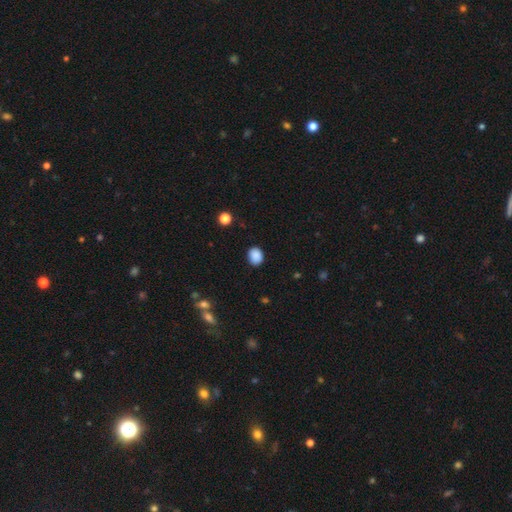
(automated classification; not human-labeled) Smooth or featured: smooth — 89% (star or artifact — 9%)
How rounded: in between — 53% (round — 46%)
Merging: none — 88% (minor disturbance — 9%)